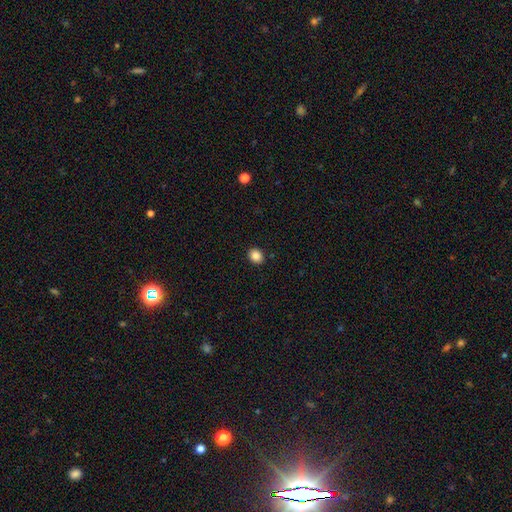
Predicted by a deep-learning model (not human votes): Overall: smooth (86%). How rounded: round (61%; in between 38%). Merging: none (91%).